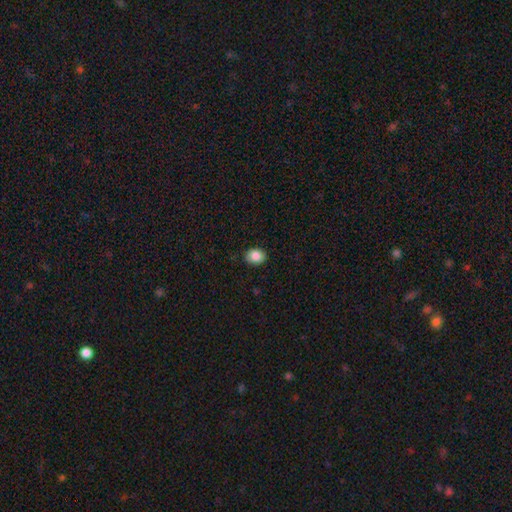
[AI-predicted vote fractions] A smooth galaxy with no disk features (87%) that is in between round and cigar-shaped (53%). Merging: none (88%).